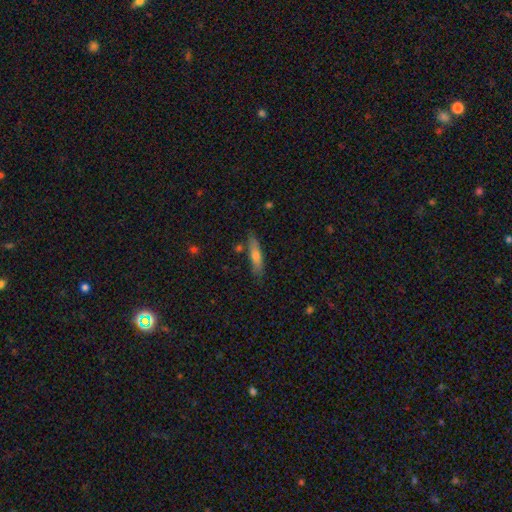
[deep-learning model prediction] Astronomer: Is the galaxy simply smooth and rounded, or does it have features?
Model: smooth — 63%.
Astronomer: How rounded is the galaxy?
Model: cigar-shaped — 74%.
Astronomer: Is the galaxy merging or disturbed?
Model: none — 78%.